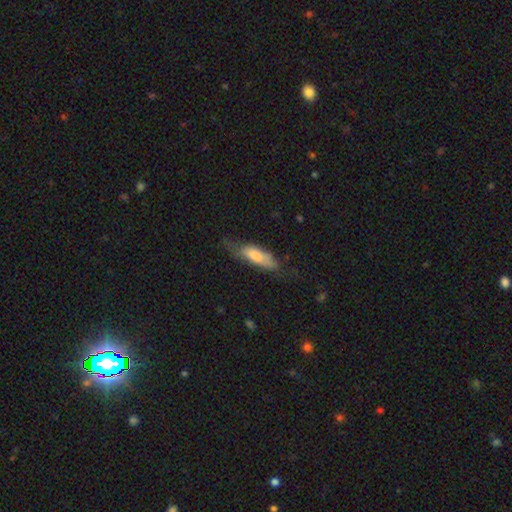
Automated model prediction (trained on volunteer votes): Smooth or featured? smooth (64%)
How rounded? cigar-shaped (50%)
Merging? none (54%)